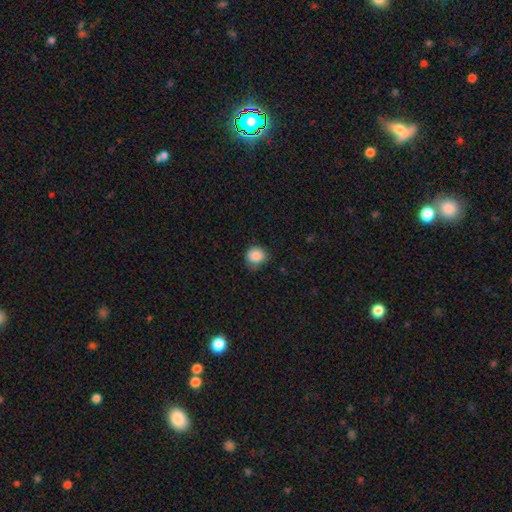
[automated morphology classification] smooth-or-featured: smooth: 87% | star or artifact: 9% | featured or disk: 5%
  how-rounded: round: 84% | in between: 16% | cigar-shaped: 1%
  merging: none: 68% | minor disturbance: 25% | major disturbance: 5% | merger: 1%